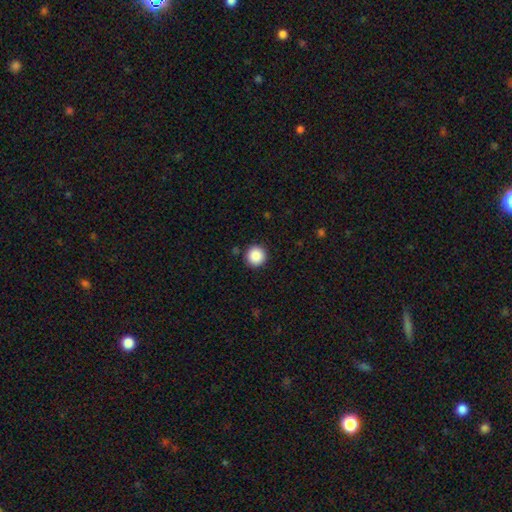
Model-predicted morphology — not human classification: Smooth or featured? Predicted: smooth (p=0.88). How rounded? Predicted: round (p=0.96). Merging? Predicted: none (p=0.91).